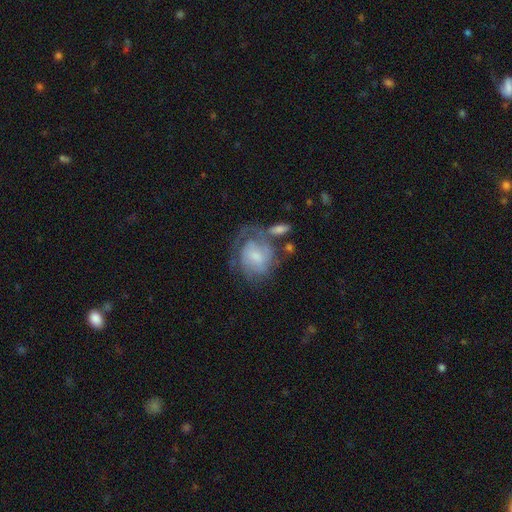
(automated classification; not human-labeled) Overall: featured or disk (62%; smooth 31%). Edge-on disk: no (97%). Bar: no (55%; weak 38%). Spiral arms: yes (80%). Bulge size: small (42%; moderate 32%). Merging: none (41%; major disturbance 26%).